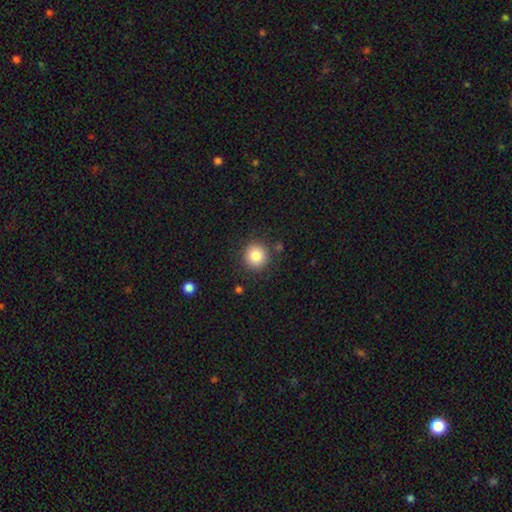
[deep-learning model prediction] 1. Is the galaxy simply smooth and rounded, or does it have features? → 85% smooth, 9% star or artifact, 6% featured or disk.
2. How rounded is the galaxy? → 93% round, 6% in between, 1% cigar-shaped.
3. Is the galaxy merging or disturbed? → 87% none, 8% minor disturbance, 3% major disturbance, 2% merger.